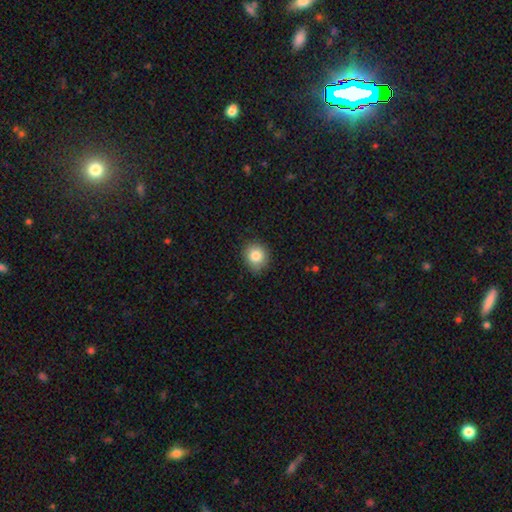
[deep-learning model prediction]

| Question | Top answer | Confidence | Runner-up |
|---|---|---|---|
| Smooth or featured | smooth | 83% | star or artifact (10%) |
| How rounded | round | 78% | in between (21%) |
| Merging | none | 83% | minor disturbance (13%) |